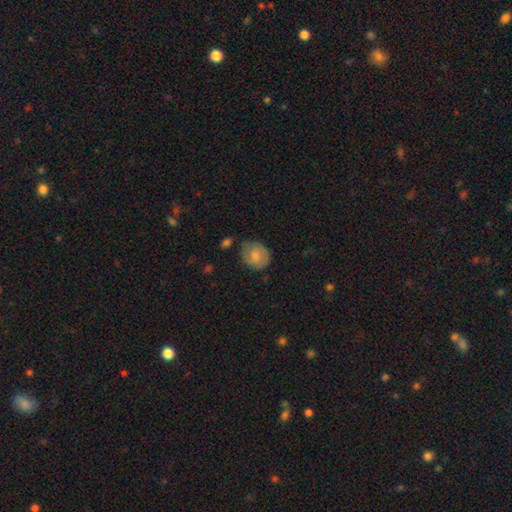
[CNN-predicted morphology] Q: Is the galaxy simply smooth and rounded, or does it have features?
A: smooth — 77%.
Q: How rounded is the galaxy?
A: round — 70%.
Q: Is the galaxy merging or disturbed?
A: none — 67%.